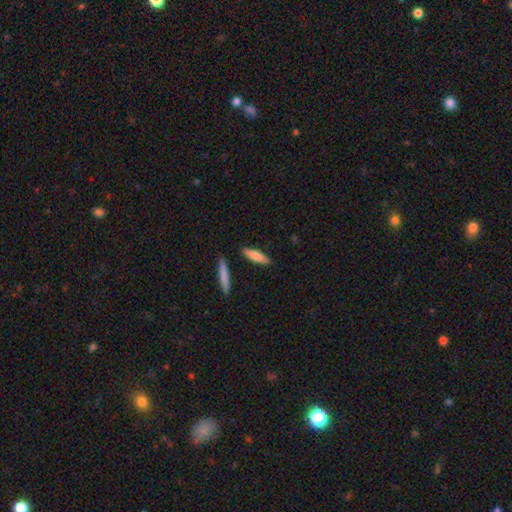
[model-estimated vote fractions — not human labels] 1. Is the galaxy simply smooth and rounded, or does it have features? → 77% smooth, 17% featured or disk, 5% star or artifact.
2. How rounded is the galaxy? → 74% cigar-shaped, 24% in between, 2% round.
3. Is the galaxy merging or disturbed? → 85% none, 9% minor disturbance, 4% merger, 2% major disturbance.